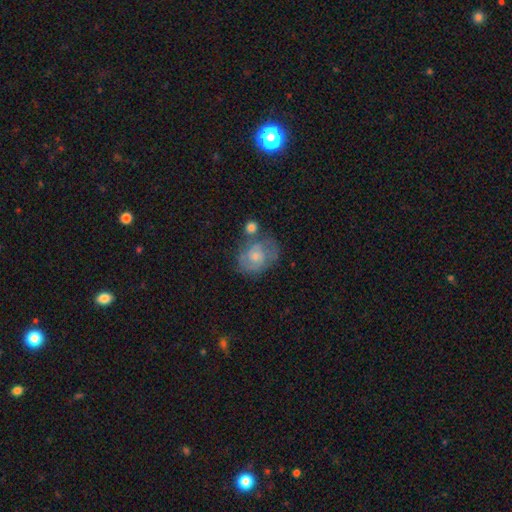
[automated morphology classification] Smooth or featured? featured or disk (52%)
Edge-on disk? no (97%)
Bar? no (69%)
Spiral arms? yes (73%)
Bulge size? small (41%, tied with moderate)
Merging? none (45%)